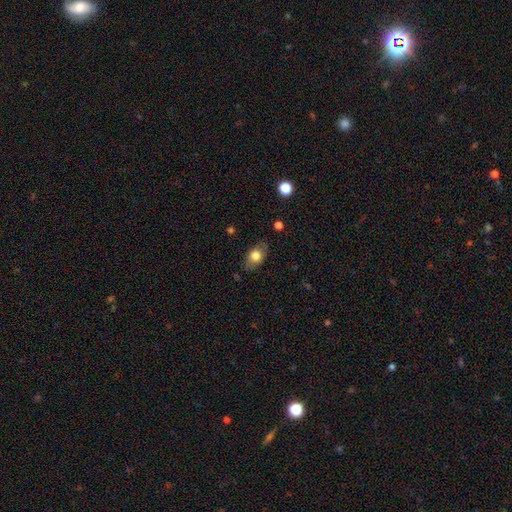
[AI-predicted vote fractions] This is likely a smooth galaxy (73%). How rounded: clearly in between (84%). Merging: likely none (78%).